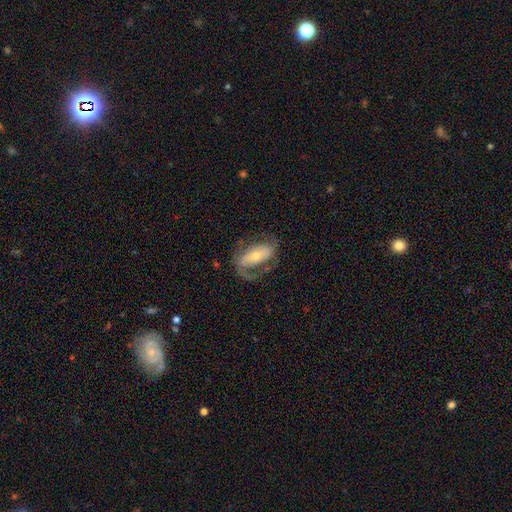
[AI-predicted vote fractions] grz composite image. It shows a featured or disk galaxy (75%) with a strong bar (39%), 2 (71%) medium (45%) spiral arms (87%) and a moderate central bulge (47%). Merging: none (61%).